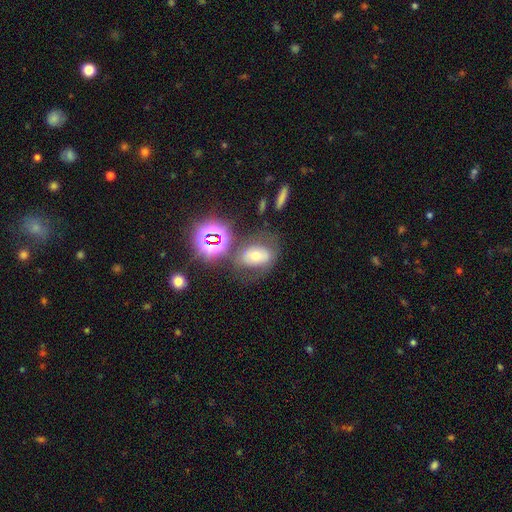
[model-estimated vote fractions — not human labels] Smooth or featured?
  - smooth: 45% *
  - featured or disk: 28%
  - star or artifact: 27%
Merging?
  - none: 56% *
  - minor disturbance: 19%
  - major disturbance: 14%
  - merger: 11%